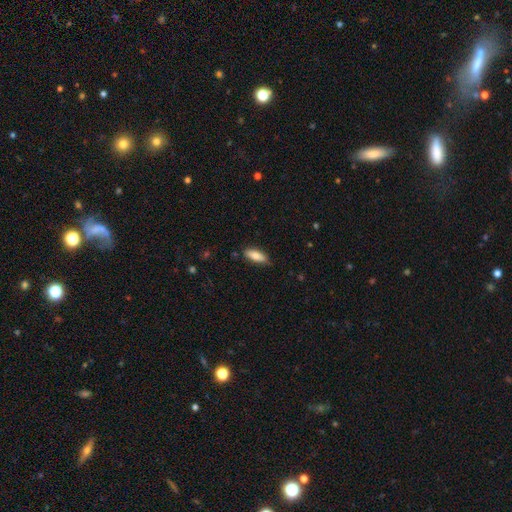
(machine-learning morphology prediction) This appears to be a smooth galaxy with no disk features (78%) that is in between round and cigar-shaped (71%). Merging: none (81%).